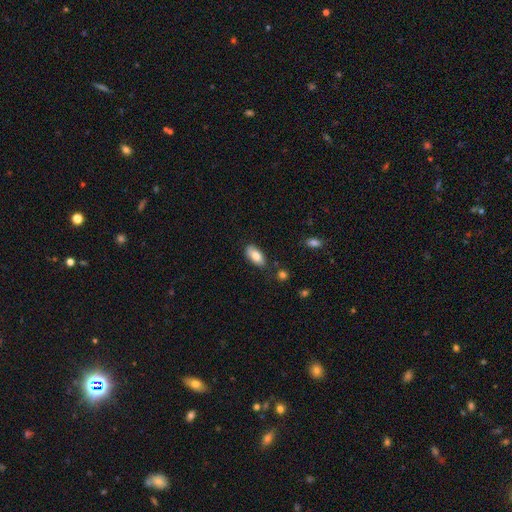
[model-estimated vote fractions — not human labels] smooth-or-featured: smooth: 79% | featured or disk: 14% | star or artifact: 7%
  how-rounded: in between: 92% | cigar-shaped: 5% | round: 3%
  merging: none: 76% | minor disturbance: 17% | merger: 3% | major disturbance: 3%